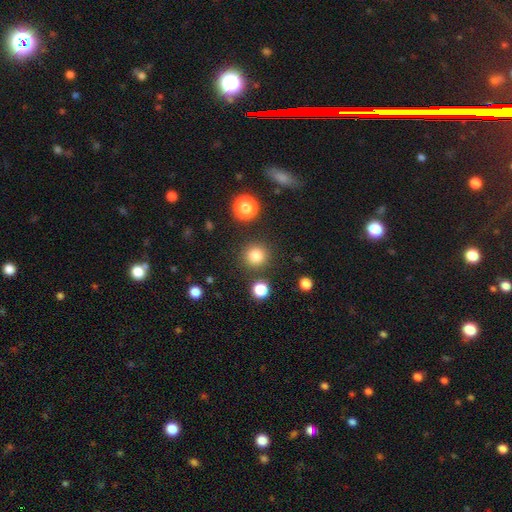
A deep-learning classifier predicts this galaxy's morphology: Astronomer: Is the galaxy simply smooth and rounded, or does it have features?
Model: smooth — 82%.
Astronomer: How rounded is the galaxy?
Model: round — 94%.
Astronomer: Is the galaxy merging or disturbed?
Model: none — 87%.